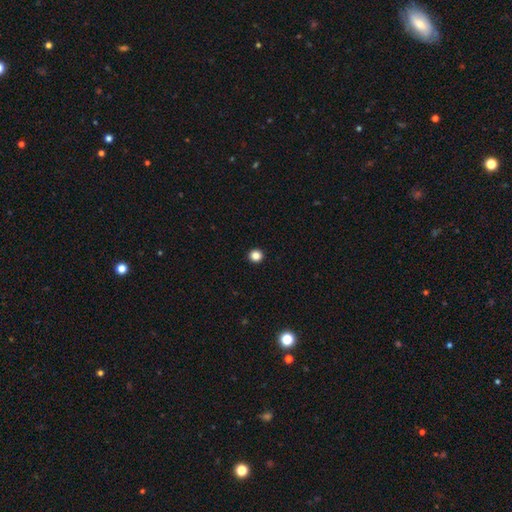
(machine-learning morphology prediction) Smooth or featured: smooth — 86% (star or artifact — 11%)
How rounded: round — 94% (in between — 5%)
Merging: none — 94% (minor disturbance — 3%)